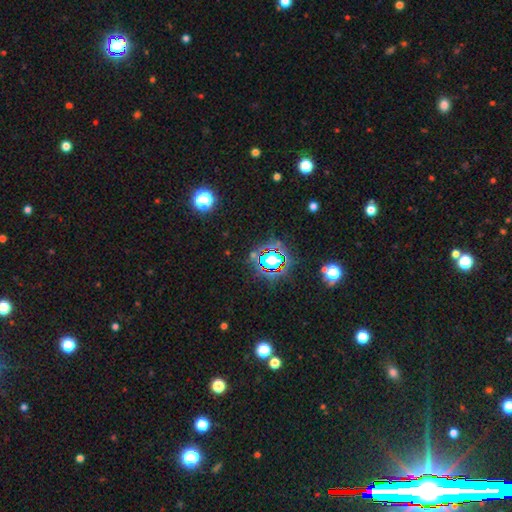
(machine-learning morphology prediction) Smooth or featured? star or artifact (77%)